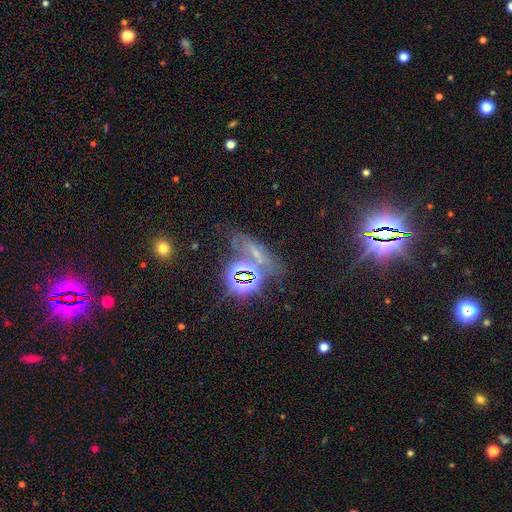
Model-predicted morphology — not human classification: Smooth or featured? Predicted: star or artifact (p=0.60).